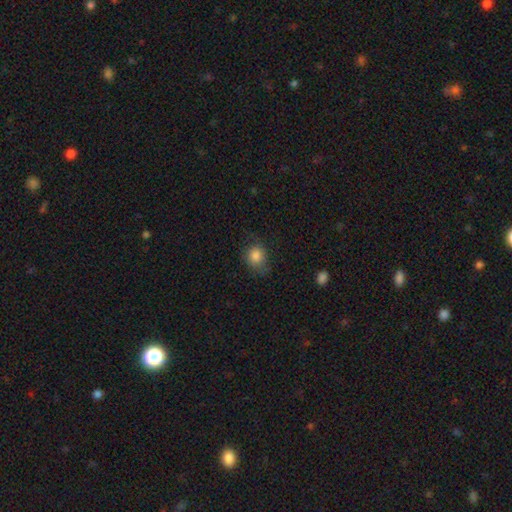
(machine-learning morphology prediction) smooth-or-featured: smooth: 82% | star or artifact: 9% | featured or disk: 9%
  how-rounded: round: 71% | in between: 28% | cigar-shaped: 1%
  merging: none: 67% | minor disturbance: 22% | major disturbance: 9% | merger: 1%